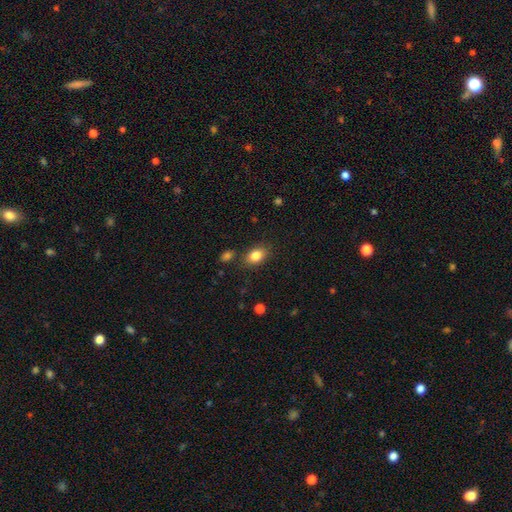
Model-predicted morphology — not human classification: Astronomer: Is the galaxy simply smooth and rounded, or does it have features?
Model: smooth — 84%.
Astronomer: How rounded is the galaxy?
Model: in between — 75%.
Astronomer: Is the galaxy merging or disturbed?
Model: none — 80%.